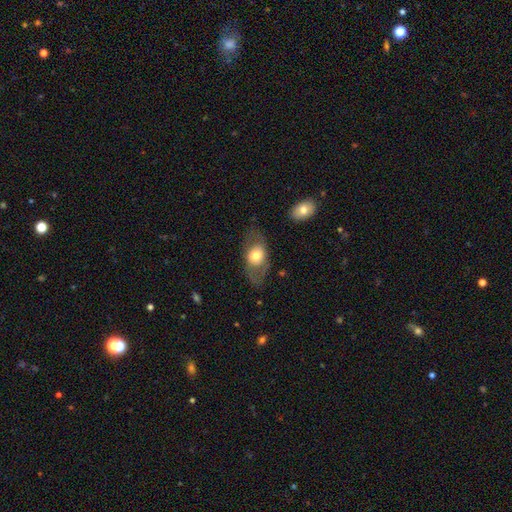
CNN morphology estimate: Smooth or featured? smooth (50%)
How rounded? in between (69%)
Merging? none (69%)